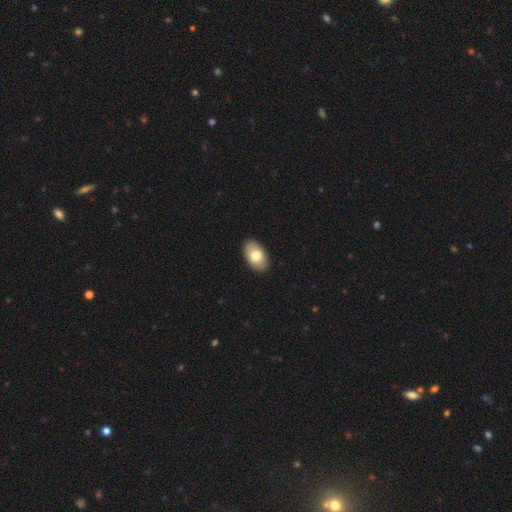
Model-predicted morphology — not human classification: Smooth or featured? Predicted: smooth (p=0.78). How rounded? Predicted: in between (p=0.93). Merging? Predicted: none (p=0.90).